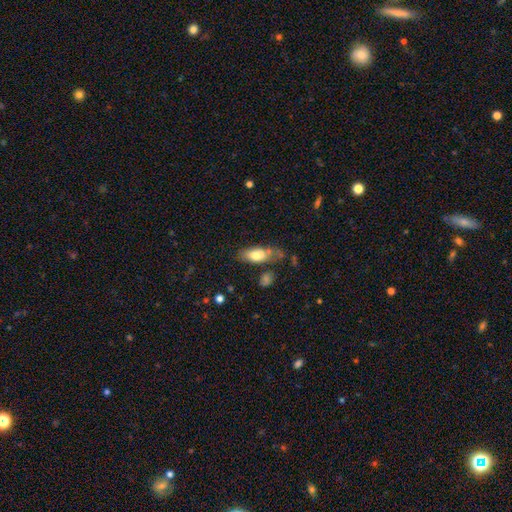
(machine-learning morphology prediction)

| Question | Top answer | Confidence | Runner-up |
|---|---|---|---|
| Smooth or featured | smooth | 73% | featured or disk (20%) |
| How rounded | in between | 84% | cigar-shaped (13%) |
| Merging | none | 47% | minor disturbance (24%) |